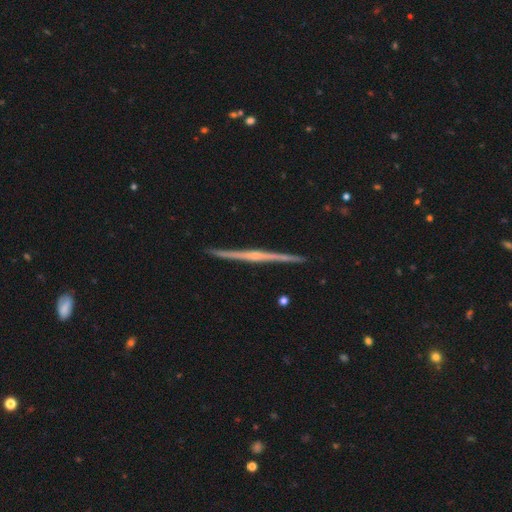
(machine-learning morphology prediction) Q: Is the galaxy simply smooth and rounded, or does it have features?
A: featured or disk — 84%.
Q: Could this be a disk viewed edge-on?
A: yes — 99%.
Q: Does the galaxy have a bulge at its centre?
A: rounded — 54%.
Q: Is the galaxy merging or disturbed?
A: none — 92%.